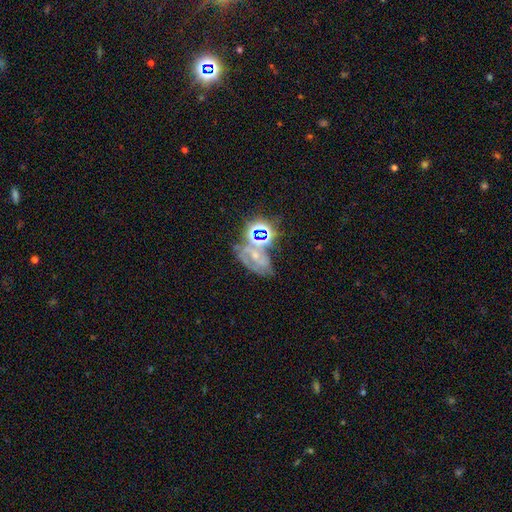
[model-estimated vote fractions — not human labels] Morphology: type=featured or disk (43%); merging=none (41%).